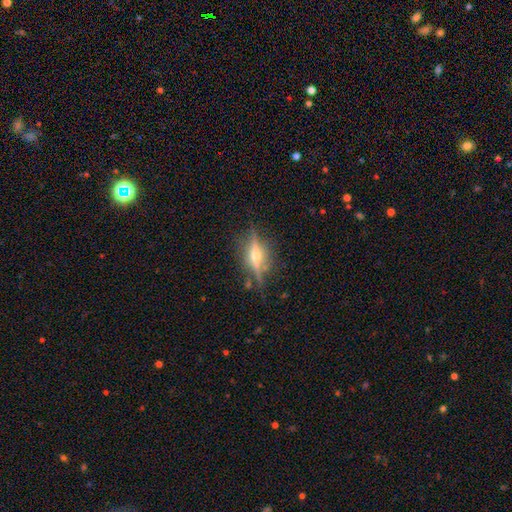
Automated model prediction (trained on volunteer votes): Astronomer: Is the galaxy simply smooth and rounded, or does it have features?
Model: featured or disk — 76%.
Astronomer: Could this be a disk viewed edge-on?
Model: yes — 93%.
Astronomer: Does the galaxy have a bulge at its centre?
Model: rounded — 93%.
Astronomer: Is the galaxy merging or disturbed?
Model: none — 82%.